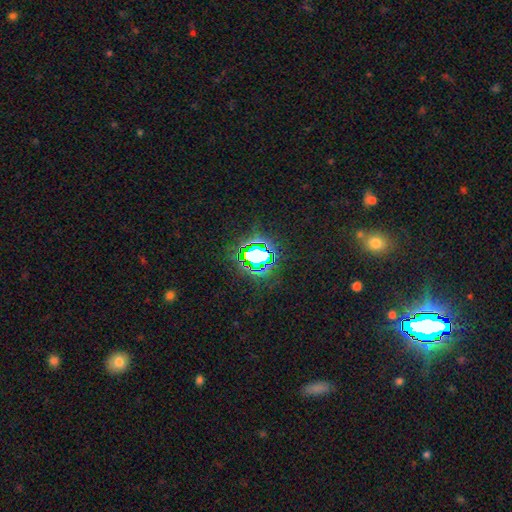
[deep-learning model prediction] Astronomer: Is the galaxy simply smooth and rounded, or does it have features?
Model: star or artifact — 72%.